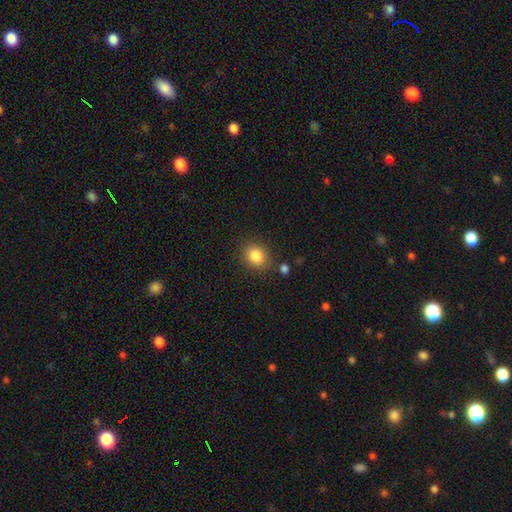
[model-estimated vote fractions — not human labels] A smooth galaxy with no disk features (84%) that is round (56%).

Vote fractions:
- Smooth or featured? smooth: 84% / star or artifact: 10% / featured or disk: 6%
- How rounded? round: 56% / in between: 44% / cigar-shaped: 1%
- Merging? none: 82% / minor disturbance: 11% / merger: 4% / major disturbance: 3%